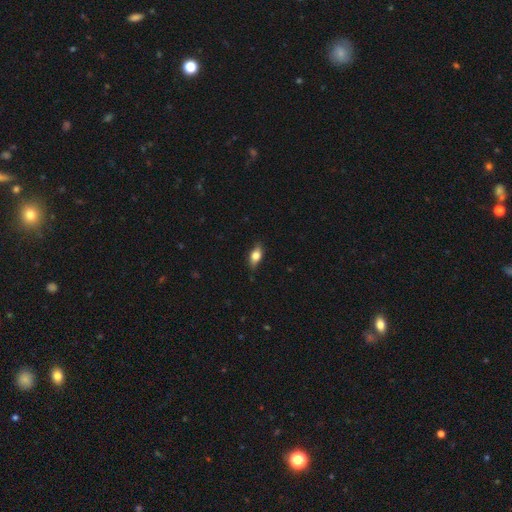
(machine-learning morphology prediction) Smooth or featured: smooth — 74% (featured or disk — 19%)
How rounded: in between — 83% (cigar-shaped — 10%)
Merging: none — 81% (minor disturbance — 16%)